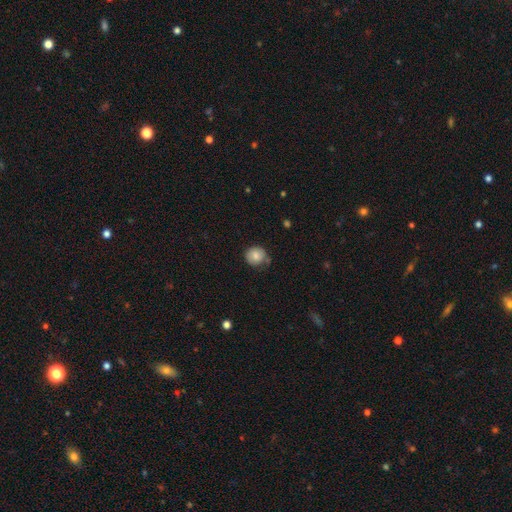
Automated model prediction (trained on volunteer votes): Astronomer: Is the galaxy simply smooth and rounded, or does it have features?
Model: smooth — 80%.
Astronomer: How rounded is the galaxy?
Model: round — 84%.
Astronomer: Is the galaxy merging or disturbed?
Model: none — 67%.